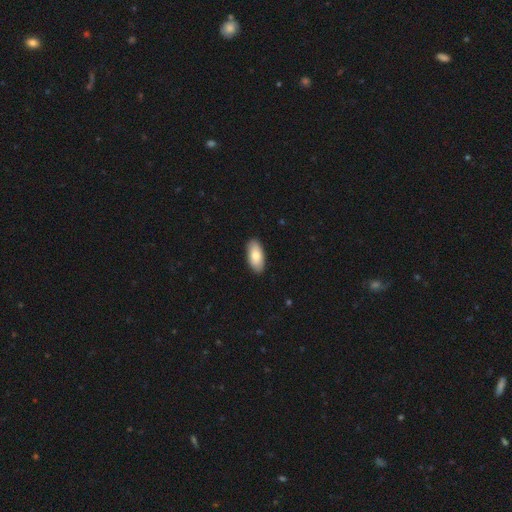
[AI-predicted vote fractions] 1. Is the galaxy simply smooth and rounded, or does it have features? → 78% smooth, 16% featured or disk, 5% star or artifact.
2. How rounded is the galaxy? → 93% in between, 5% cigar-shaped, 2% round.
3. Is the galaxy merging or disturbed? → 90% none, 8% minor disturbance, 2% major disturbance, 1% merger.